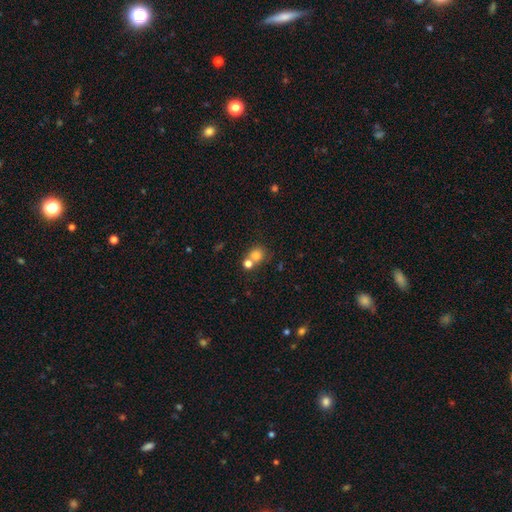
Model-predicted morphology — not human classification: This is likely a smooth galaxy (77%). How rounded: likely round (79%). Merging: marginally none (45%).